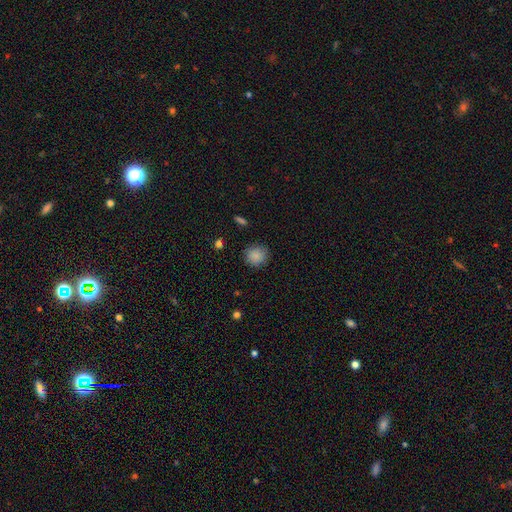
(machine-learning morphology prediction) A smooth galaxy with no disk features (86%) that is round (89%).

Vote fractions:
- Smooth or featured? smooth: 86% / star or artifact: 9% / featured or disk: 5%
- How rounded? round: 89% / in between: 10% / cigar-shaped: 1%
- Merging? none: 86% / minor disturbance: 10% / major disturbance: 3% / merger: 1%